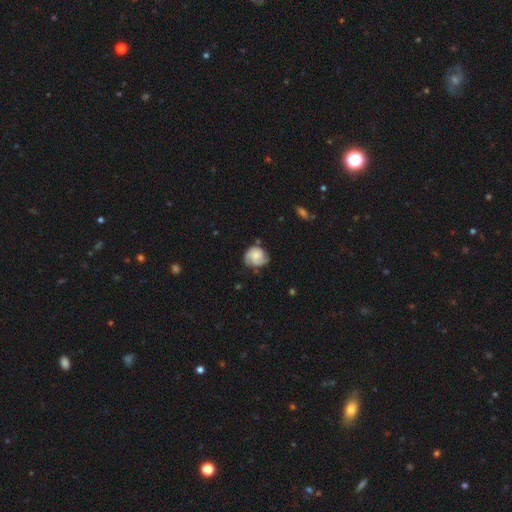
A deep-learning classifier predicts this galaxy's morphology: This appears to be a smooth galaxy with no disk features (47%). Merging: none (59%).